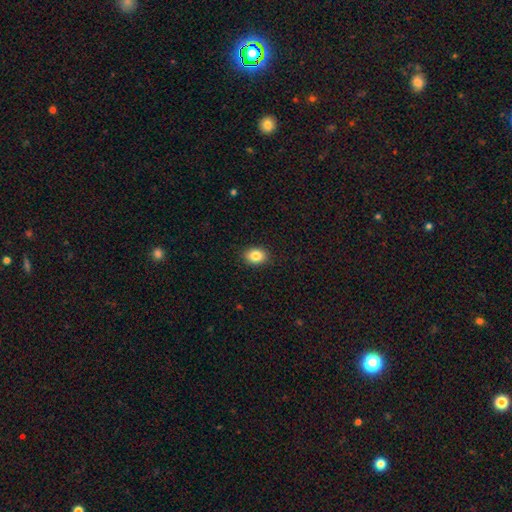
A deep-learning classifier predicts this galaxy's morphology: This is clearly a smooth galaxy (85%). How rounded: likely in between (61%). Merging: clearly none (90%).